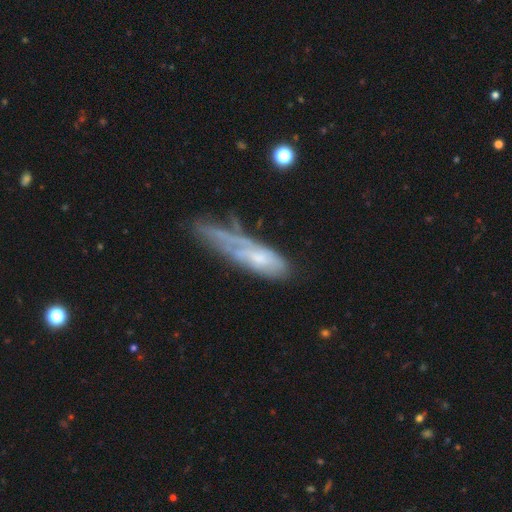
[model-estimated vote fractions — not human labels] featured or disk 48%, smooth 42%, star or artifact 10%. Down the decision tree: merging — none (35%).